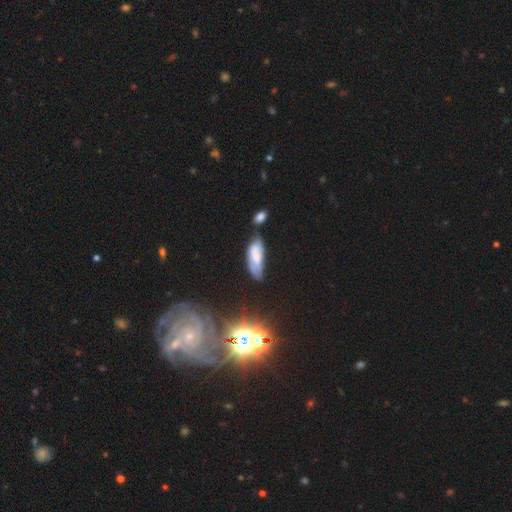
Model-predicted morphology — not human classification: Smooth or featured? smooth (61%)
How rounded? in between (68%)
Merging? none (42%)